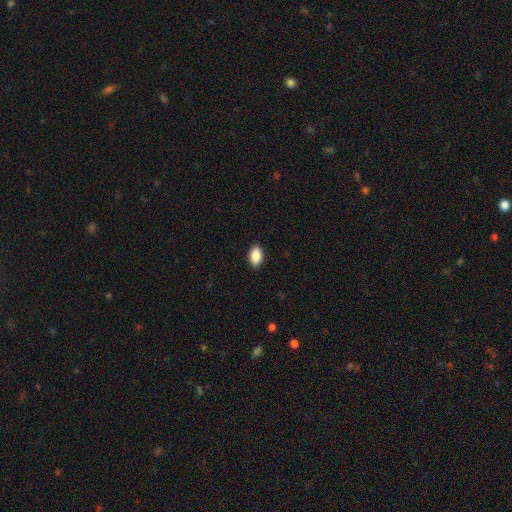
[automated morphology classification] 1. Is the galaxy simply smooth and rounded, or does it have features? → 89% smooth, 7% star or artifact, 4% featured or disk.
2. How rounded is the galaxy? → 93% in between, 4% round, 2% cigar-shaped.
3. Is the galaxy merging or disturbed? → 90% none, 7% minor disturbance, 2% major disturbance, 1% merger.